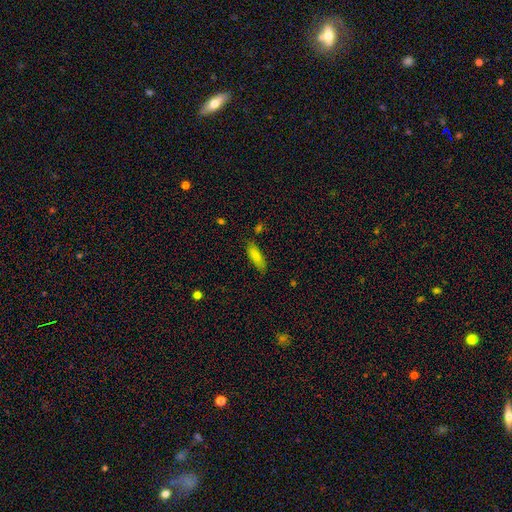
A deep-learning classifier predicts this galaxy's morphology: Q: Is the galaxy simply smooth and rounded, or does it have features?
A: smooth — 83%.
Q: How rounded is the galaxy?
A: in between — 54%.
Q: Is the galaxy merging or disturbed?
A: none — 77%.